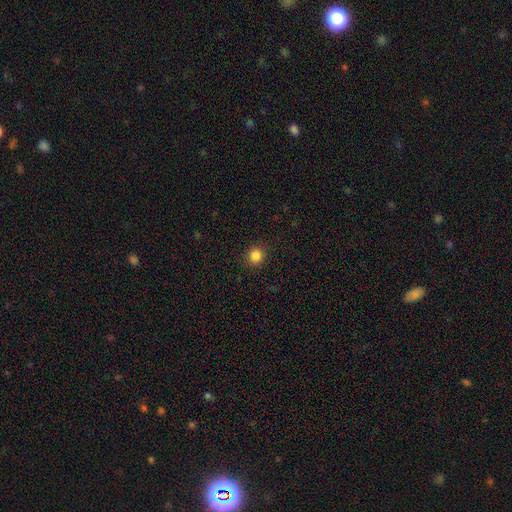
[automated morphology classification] This is clearly a smooth galaxy (84%). How rounded: clearly round (92%). Merging: clearly none (91%).